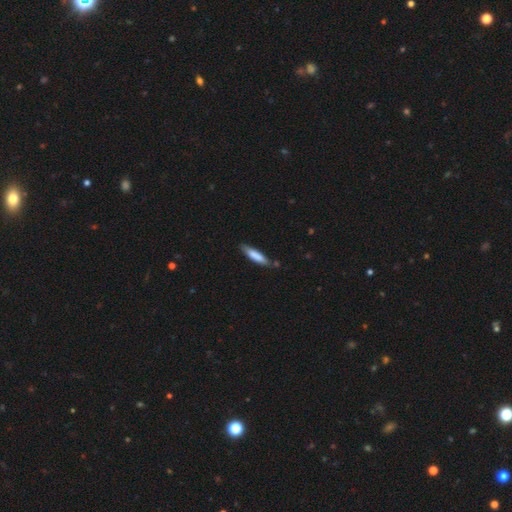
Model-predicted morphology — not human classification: The model was most divided on "smooth or featured": smooth: 77%, featured or disk: 17%, star or artifact: 6%. More confident: how rounded — cigar-shaped (80%); merging — none (78%).